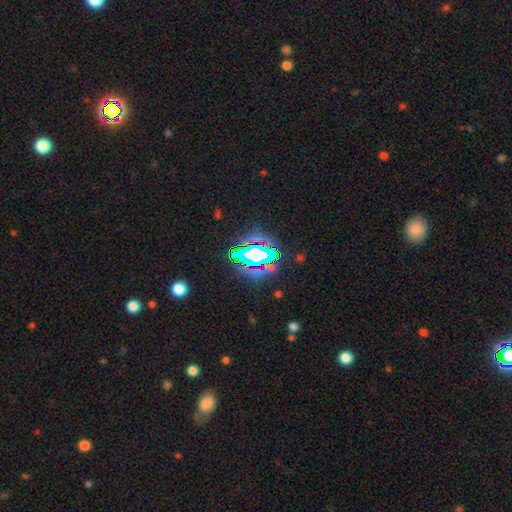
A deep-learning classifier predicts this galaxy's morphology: A star or artifact, not a galaxy (62%).

Vote fractions:
- Smooth or featured? star or artifact: 62% / smooth: 22% / featured or disk: 17%